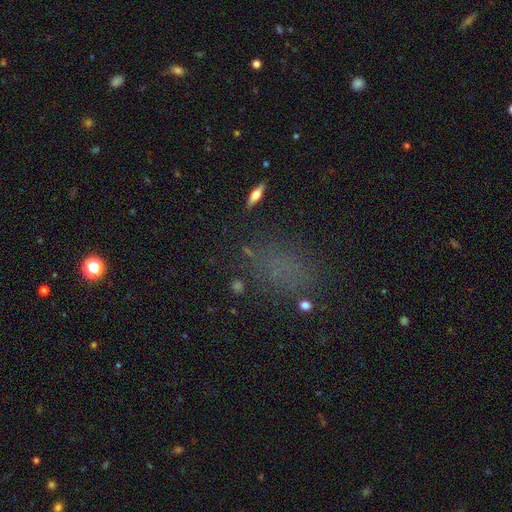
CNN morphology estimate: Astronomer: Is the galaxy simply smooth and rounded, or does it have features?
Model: smooth — 52% (runner-up: star or artifact, 32%).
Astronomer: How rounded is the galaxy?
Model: in between — 70%.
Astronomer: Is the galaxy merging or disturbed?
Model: none — 64%.